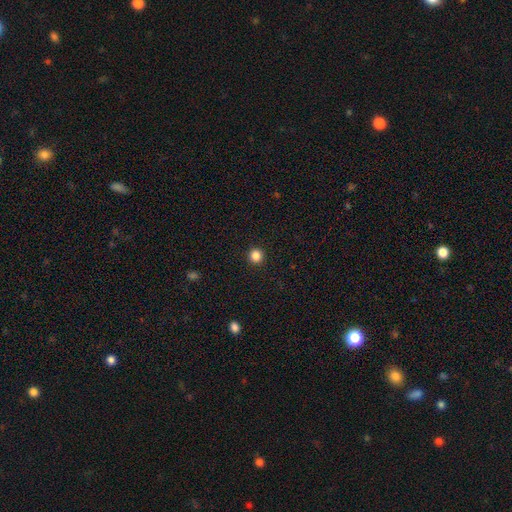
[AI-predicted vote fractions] Q: Smooth or featured?
A: smooth (85%); runner-up: star or artifact (12%)
Q: How rounded?
A: round (94%); runner-up: in between (5%)
Q: Merging?
A: none (93%); runner-up: minor disturbance (4%)